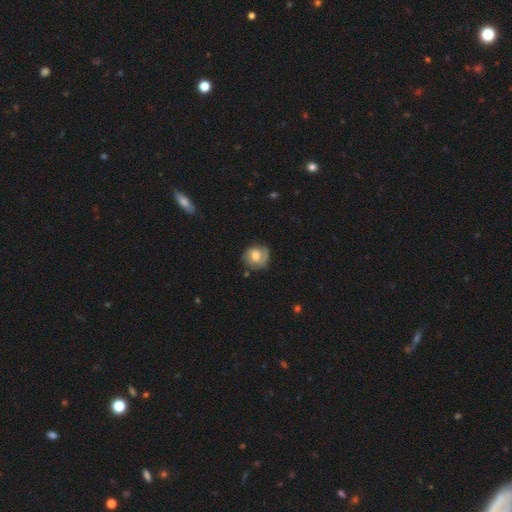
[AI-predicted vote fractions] A featured or disk galaxy (53%) with no bar (53%), spiral arms (83%) and a moderate central bulge (58%). Merging: none (66%).